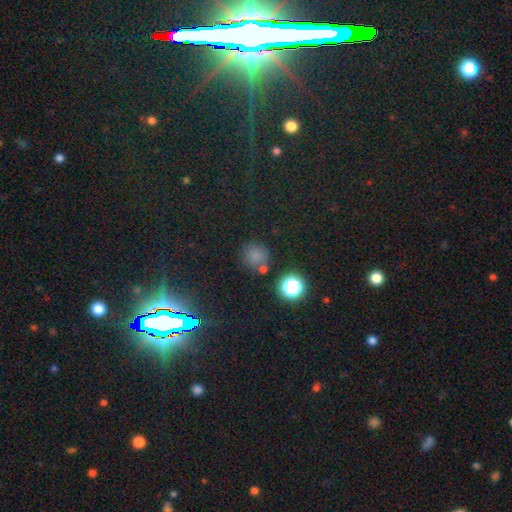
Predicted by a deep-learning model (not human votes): Overall: smooth (68%). How rounded: round (88%). Merging: none (72%).